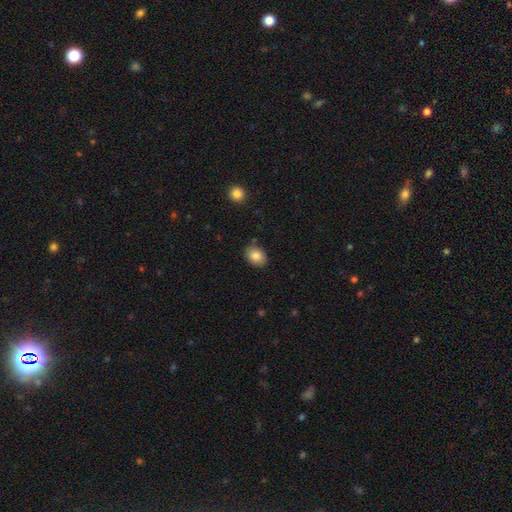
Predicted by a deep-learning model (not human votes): Overall: smooth (86%). How rounded: in between (68%; round 32%). Merging: none (85%).